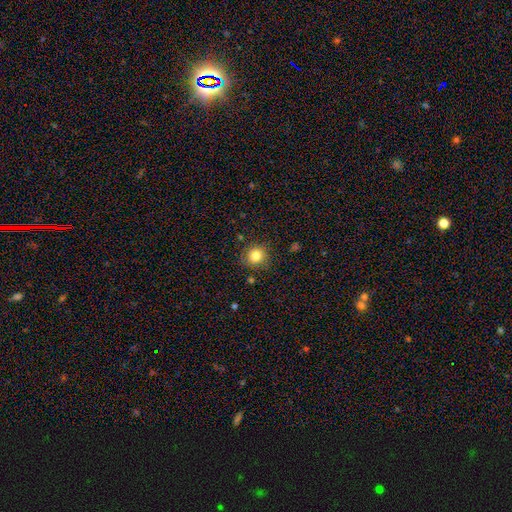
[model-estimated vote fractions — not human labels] The model was most divided on "smooth or featured": smooth: 82%, star or artifact: 11%, featured or disk: 7%. More confident: how rounded — round (89%); merging — none (86%).